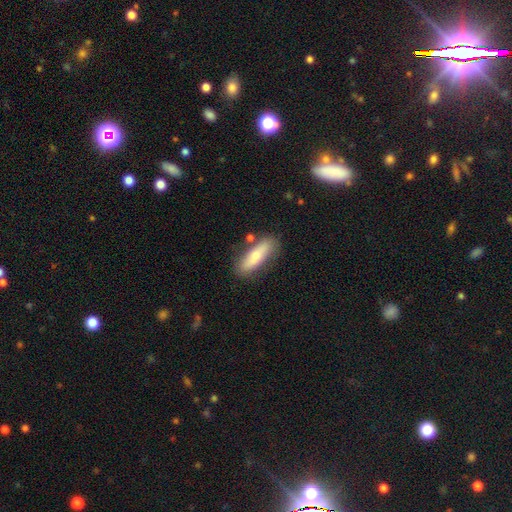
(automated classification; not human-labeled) This appears to be a smooth galaxy with no disk features (63%) that is cigar-shaped (50%). Merging: none (77%).